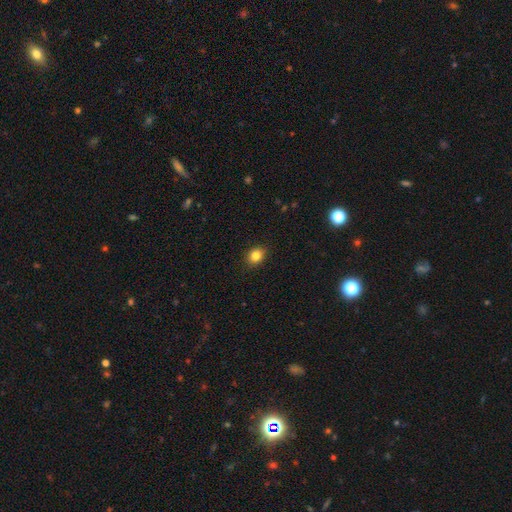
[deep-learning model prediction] Smooth or featured? smooth (84%)
How rounded? round (52%)
Merging? none (90%)